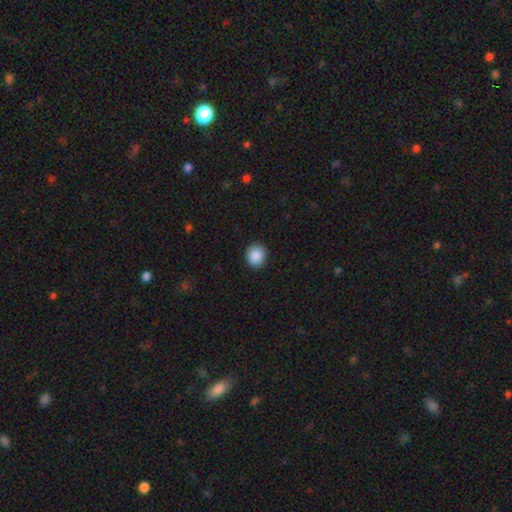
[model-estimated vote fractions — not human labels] The model was most divided on "how rounded": round: 84%, in between: 15%, cigar-shaped: 1%. More confident: merging — none (90%); smooth or featured — smooth (89%).